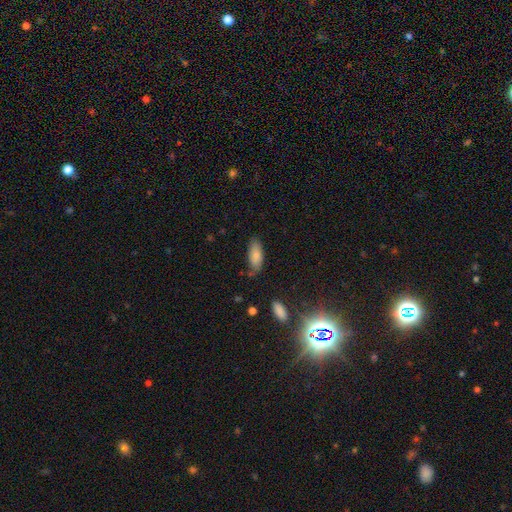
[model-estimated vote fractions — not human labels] smooth_or_featured: smooth (p=0.83) [alt: featured or disk p=0.10]
how_rounded: in between (p=0.80) [alt: cigar-shaped p=0.18]
merging: none (p=0.73) [alt: minor disturbance p=0.21]